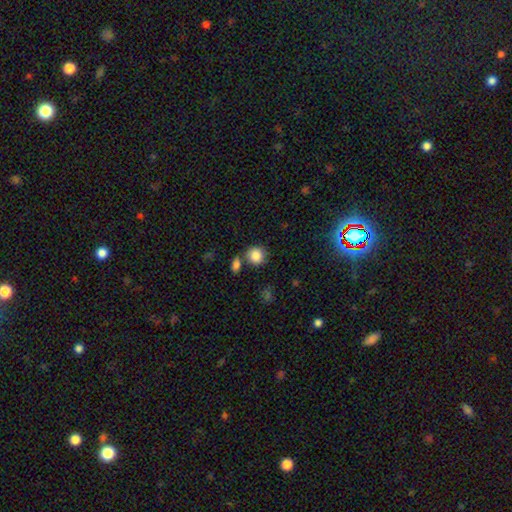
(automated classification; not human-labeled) The model was most divided on "merging": none: 71%, merger: 15%, minor disturbance: 11%, major disturbance: 4%. More confident: how rounded — round (86%); smooth or featured — smooth (86%).